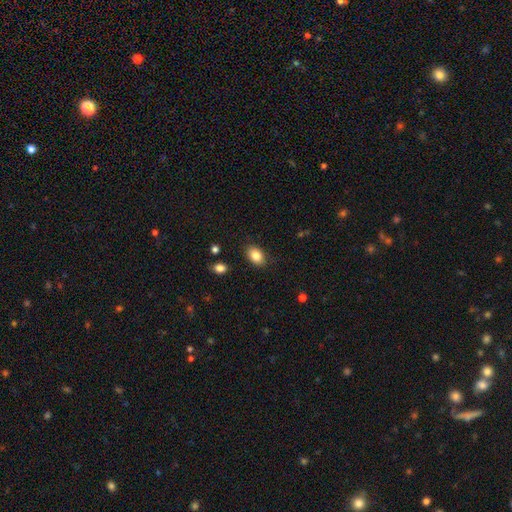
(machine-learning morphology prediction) smooth-or-featured: smooth: 85% | star or artifact: 8% | featured or disk: 7%
  how-rounded: in between: 84% | round: 15% | cigar-shaped: 1%
  merging: none: 85% | minor disturbance: 11% | major disturbance: 3% | merger: 1%